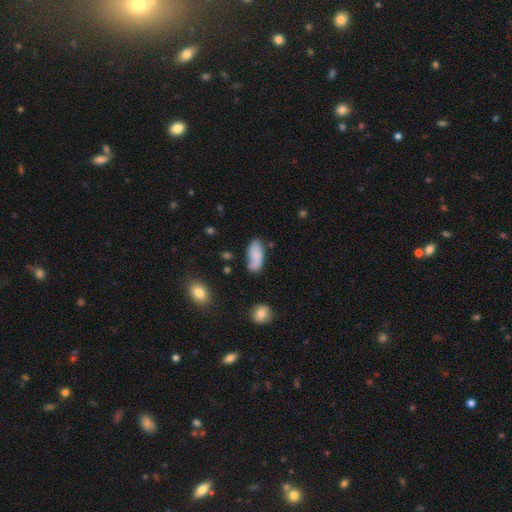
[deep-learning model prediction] smooth 74%, featured or disk 18%, star or artifact 7%. Down the decision tree: how rounded — in between (88%); merging — none (65%).